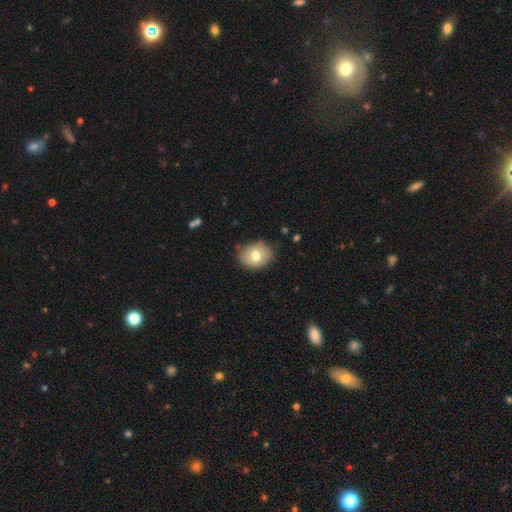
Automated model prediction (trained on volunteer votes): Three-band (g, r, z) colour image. It shows a smooth galaxy with no disk features (74%) that is round (51%). Merging: none (78%).